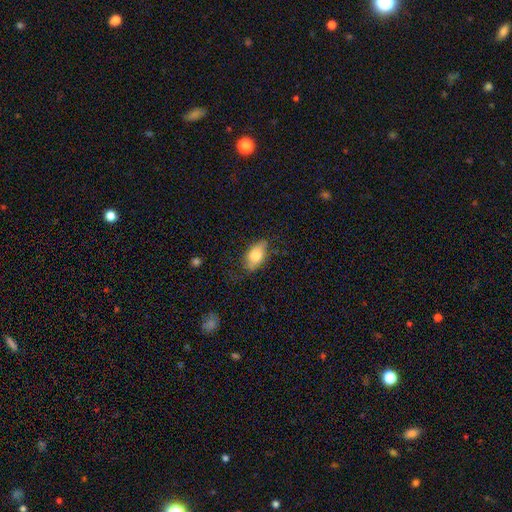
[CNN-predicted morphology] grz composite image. It shows a smooth galaxy with no disk features (73%) that is in between round and cigar-shaped (89%). Merging: none (69%).